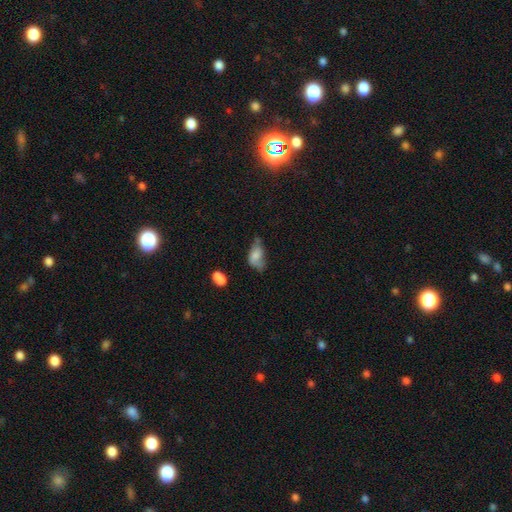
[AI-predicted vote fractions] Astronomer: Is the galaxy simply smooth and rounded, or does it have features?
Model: smooth — 69%.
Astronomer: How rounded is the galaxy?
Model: in between — 89%.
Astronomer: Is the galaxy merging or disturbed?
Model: minor disturbance — 38% (runner-up: none, 32%).